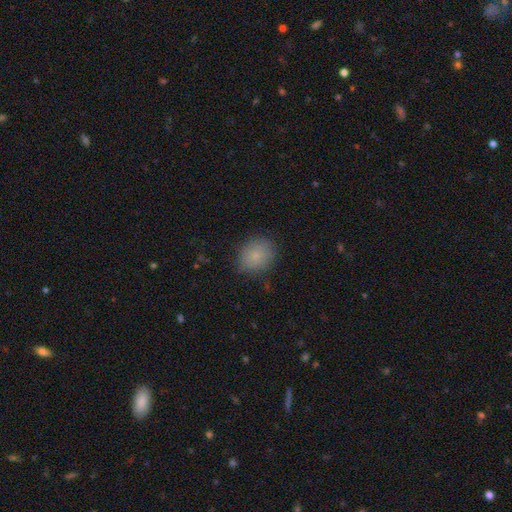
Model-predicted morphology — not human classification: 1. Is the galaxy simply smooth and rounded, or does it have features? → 80% smooth, 10% featured or disk, 10% star or artifact.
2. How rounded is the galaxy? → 55% round, 44% in between, 1% cigar-shaped.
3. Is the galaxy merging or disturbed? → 81% none, 15% minor disturbance, 4% major disturbance, 1% merger.